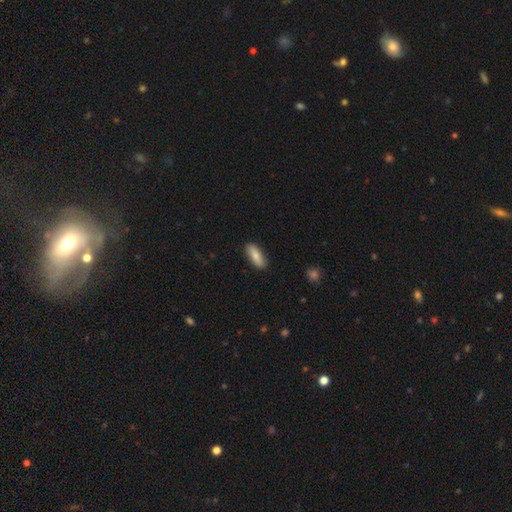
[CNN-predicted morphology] type=smooth (81%); roundness=in between (70%); merging=none (88%).